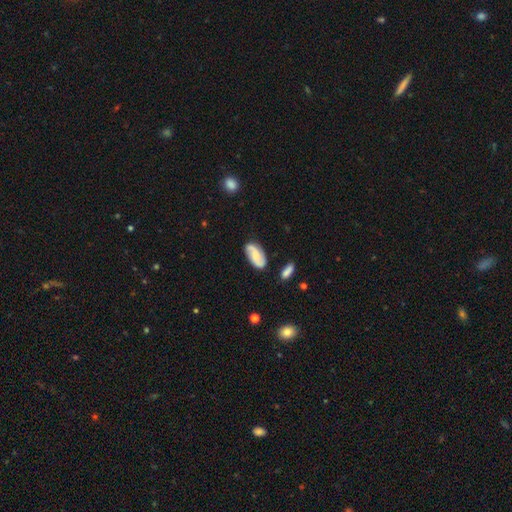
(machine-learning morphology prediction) Smooth or featured? Predicted: featured or disk (p=0.53). Edge-on disk? Predicted: no (p=0.95). Bar? Predicted: no (p=0.61). Spiral arms? Predicted: yes (p=0.92). Bulge size? Predicted: small (p=0.41). Merging? Predicted: none (p=0.76).